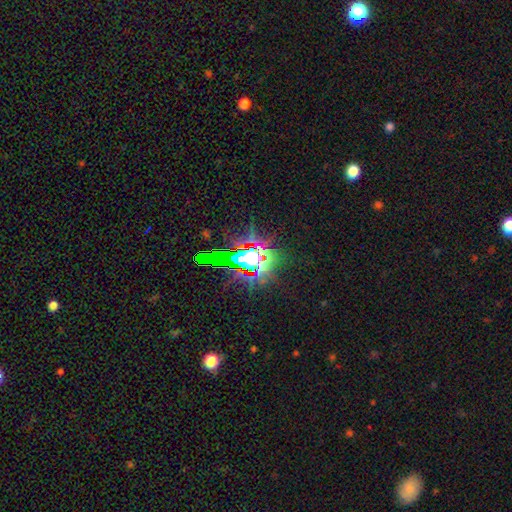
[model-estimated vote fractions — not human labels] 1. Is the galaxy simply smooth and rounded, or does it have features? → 70% star or artifact, 17% smooth, 13% featured or disk.